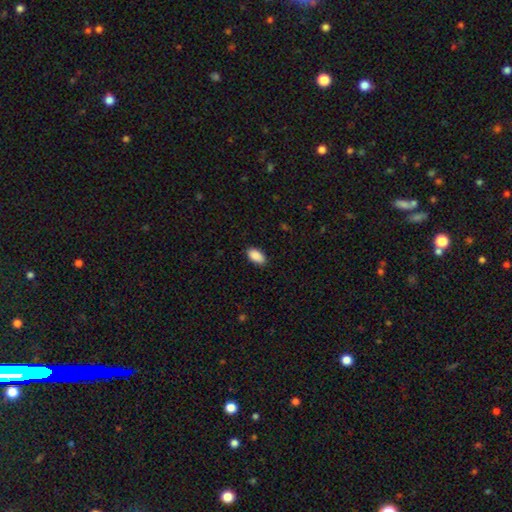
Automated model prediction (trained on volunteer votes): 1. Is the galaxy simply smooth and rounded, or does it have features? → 90% smooth, 7% star or artifact, 3% featured or disk.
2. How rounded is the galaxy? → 94% in between, 3% round, 3% cigar-shaped.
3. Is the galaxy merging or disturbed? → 87% none, 10% minor disturbance, 2% major disturbance, 1% merger.